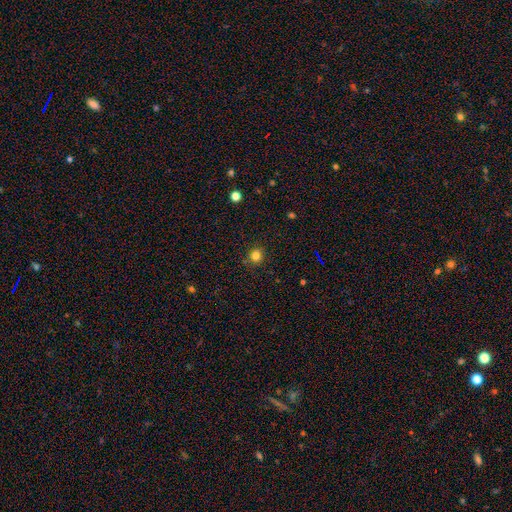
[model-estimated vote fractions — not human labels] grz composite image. It shows a smooth galaxy with no disk features (81%) that is round (91%). Merging: none (89%).